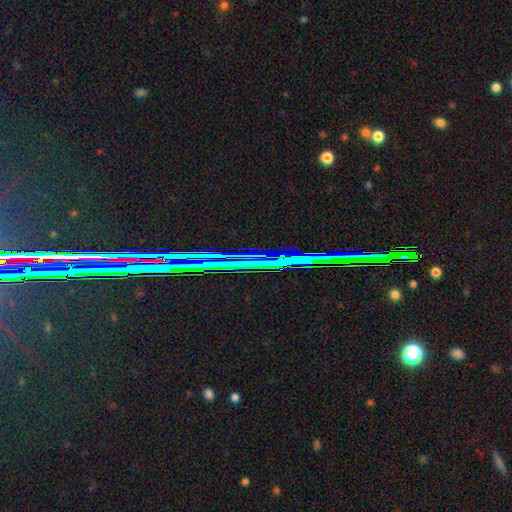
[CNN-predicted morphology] type=star or artifact (84%).